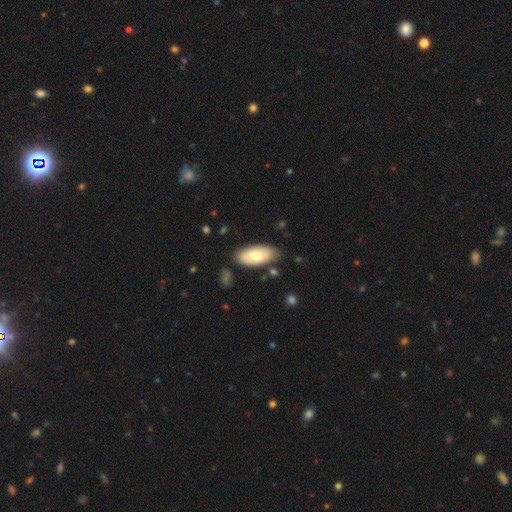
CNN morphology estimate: A smooth galaxy with no disk features (69%) that is in between round and cigar-shaped (93%).

Vote fractions:
- Smooth or featured? smooth: 69% / featured or disk: 26% / star or artifact: 6%
- How rounded? in between: 93% / cigar-shaped: 5% / round: 2%
- Merging? none: 79% / minor disturbance: 15% / major disturbance: 3% / merger: 3%